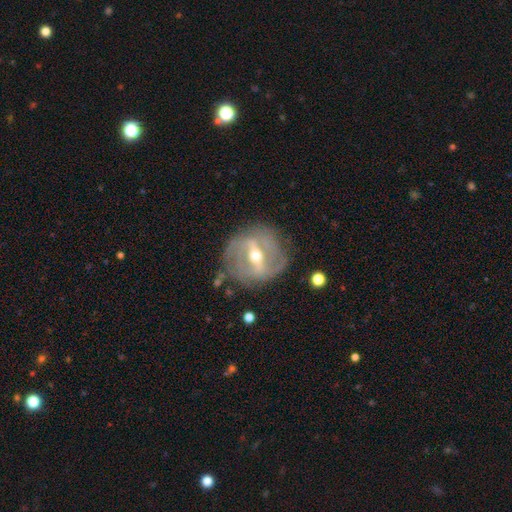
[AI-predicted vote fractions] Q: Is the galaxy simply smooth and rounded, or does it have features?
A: featured or disk — 84%.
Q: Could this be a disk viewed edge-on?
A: no — 91%.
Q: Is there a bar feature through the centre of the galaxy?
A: strong — 63%.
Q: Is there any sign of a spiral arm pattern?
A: yes — 72%.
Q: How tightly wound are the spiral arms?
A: tight — 50%.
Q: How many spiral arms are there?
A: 2 — 48%.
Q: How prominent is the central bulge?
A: moderate — 68%.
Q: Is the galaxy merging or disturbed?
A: none — 74%.